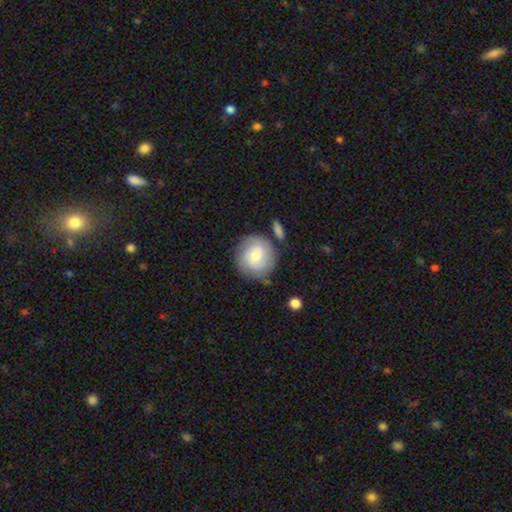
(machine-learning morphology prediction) This is likely a smooth galaxy (68%). How rounded: clearly round (91%). Merging: likely none (74%).